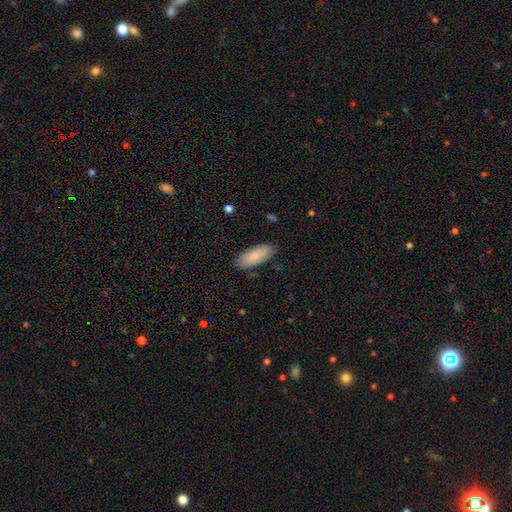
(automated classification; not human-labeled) Smooth or featured? smooth (81%)
How rounded? in between (85%)
Merging? none (83%)